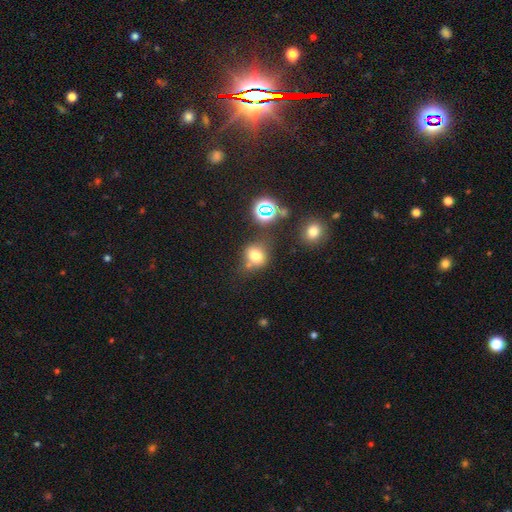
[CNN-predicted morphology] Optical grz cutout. It shows a smooth galaxy with no disk features (71%) that is round (76%). Merging: none (63%).